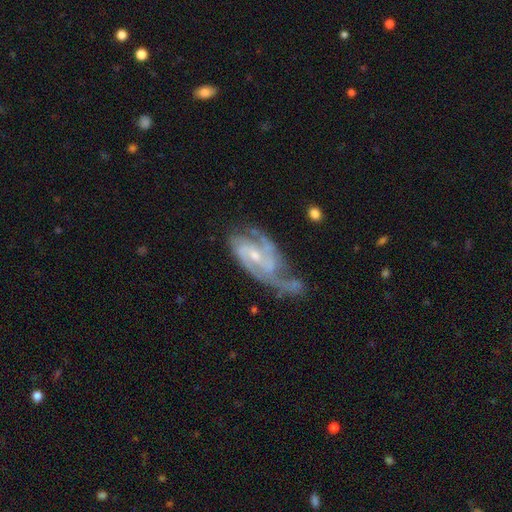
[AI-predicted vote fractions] Q: Smooth or featured?
A: featured or disk (88%); runner-up: smooth (7%)
Q: Edge-on disk?
A: no (96%); runner-up: yes (4%)
Q: Bar?
A: weak (48%); runner-up: no (36%)
Q: Spiral arms?
A: yes (97%); runner-up: no (3%)
Q: Spiral winding?
A: medium (49%); runner-up: tight (36%)
Q: Spiral arm count?
A: 2 (69%); runner-up: 3 (13%)
Q: Bulge size?
A: small (60%); runner-up: moderate (34%)
Q: Merging?
A: none (42%); runner-up: minor disturbance (27%)